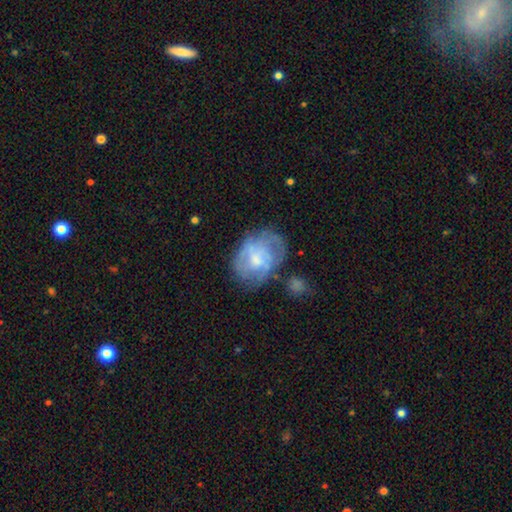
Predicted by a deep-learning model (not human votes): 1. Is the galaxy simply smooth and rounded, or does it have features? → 58% featured or disk, 33% smooth, 8% star or artifact.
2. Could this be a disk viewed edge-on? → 97% no, 3% yes.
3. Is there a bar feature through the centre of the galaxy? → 63% no, 32% weak, 5% strong.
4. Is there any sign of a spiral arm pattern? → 56% yes, 44% no.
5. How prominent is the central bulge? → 42% moderate, 38% small, 13% none, 6% large, 1% dominant.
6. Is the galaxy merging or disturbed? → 50% none, 26% minor disturbance, 16% major disturbance, 7% merger.